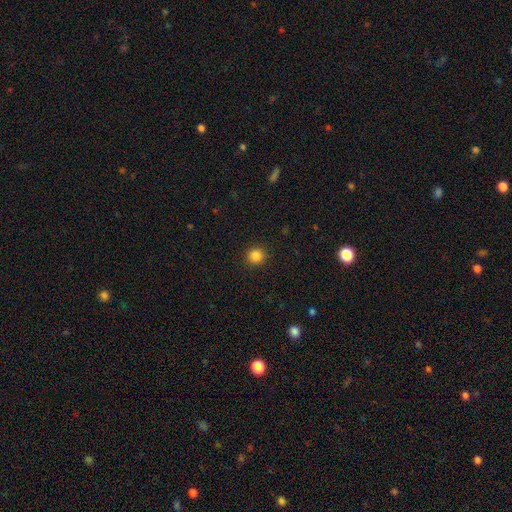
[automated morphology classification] A smooth galaxy with no disk features (84%) that is round (93%). Merging: none (92%).